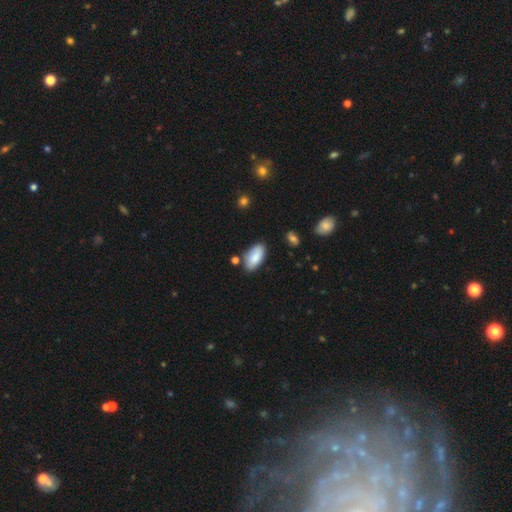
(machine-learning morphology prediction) type=smooth (86%); roundness=in between (93%); merging=none (78%).